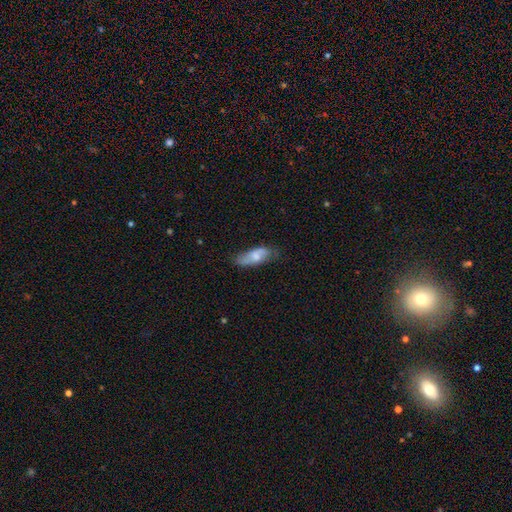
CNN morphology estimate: This appears to be a smooth galaxy with no disk features (67%) that is in between round and cigar-shaped (76%). Merging: none (64%).